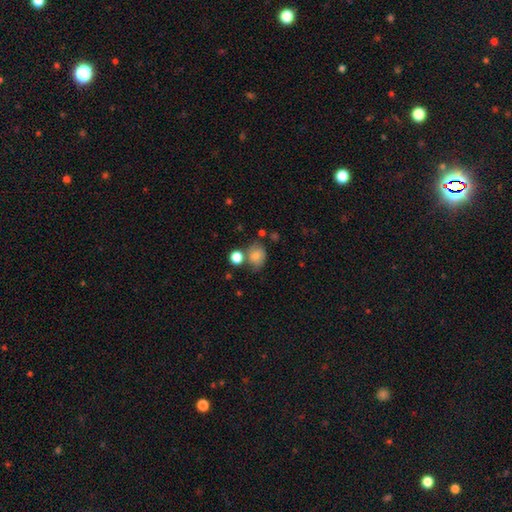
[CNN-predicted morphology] This appears to be a smooth galaxy with no disk features (77%) that is round (51%). Merging: none (58%).